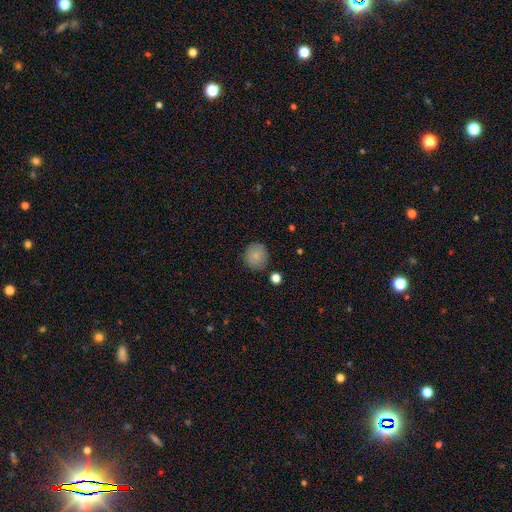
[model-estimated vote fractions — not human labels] smooth_or_featured: smooth (p=0.85) [alt: star or artifact p=0.08]
how_rounded: round (p=0.89) [alt: in between p=0.10]
merging: none (p=0.85) [alt: minor disturbance p=0.10]